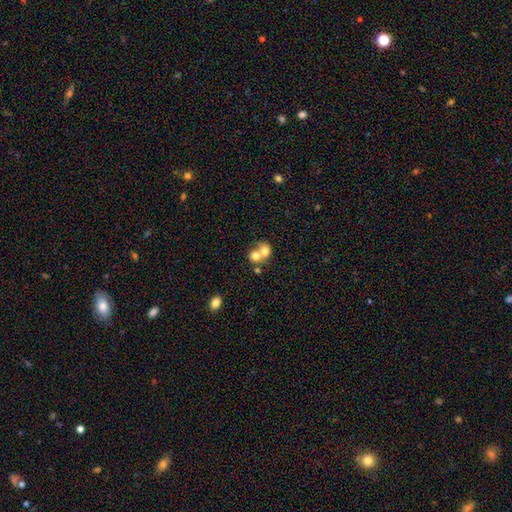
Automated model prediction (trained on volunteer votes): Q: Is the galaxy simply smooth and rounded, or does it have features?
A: smooth — 72%.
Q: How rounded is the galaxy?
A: round — 70%.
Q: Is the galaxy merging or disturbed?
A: merger — 69%.